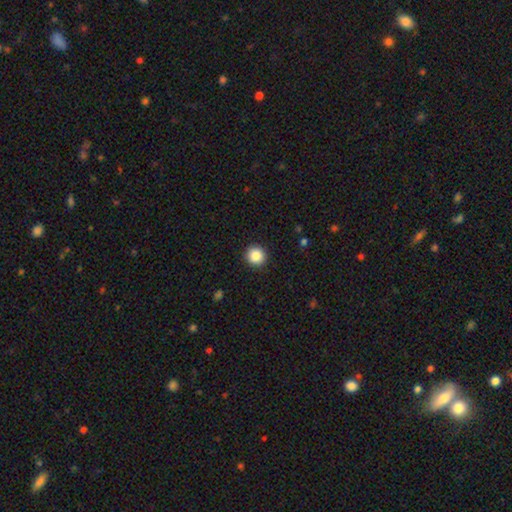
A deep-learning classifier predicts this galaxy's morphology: Smooth or featured: smooth — 87% (star or artifact — 9%)
How rounded: round — 93% (in between — 6%)
Merging: none — 92% (minor disturbance — 5%)